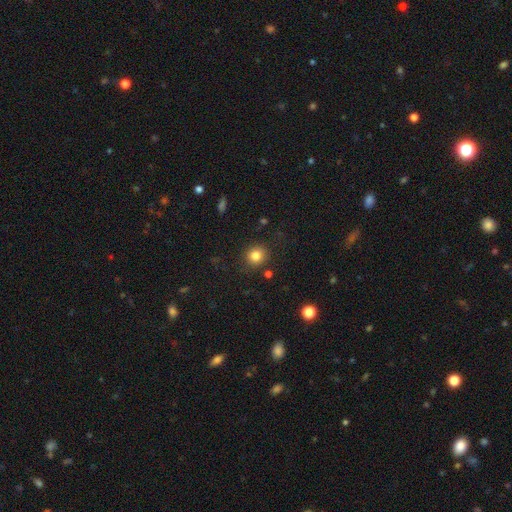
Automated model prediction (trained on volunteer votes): Smooth or featured? Predicted: smooth (p=0.82). How rounded? Predicted: round (p=0.87). Merging? Predicted: none (p=0.88).